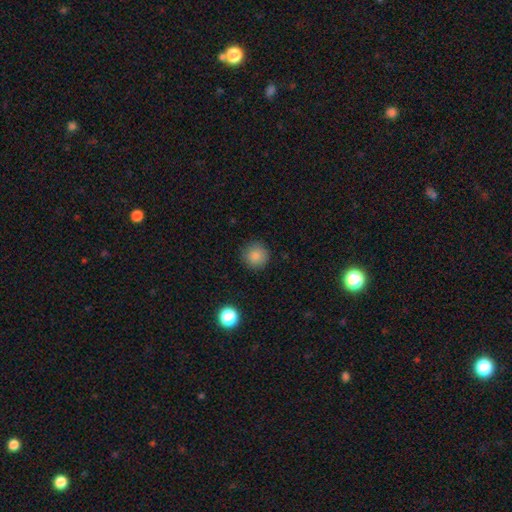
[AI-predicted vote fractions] Q: Smooth or featured?
A: smooth (85%); runner-up: star or artifact (10%)
Q: How rounded?
A: round (95%); runner-up: in between (4%)
Q: Merging?
A: none (90%); runner-up: minor disturbance (7%)